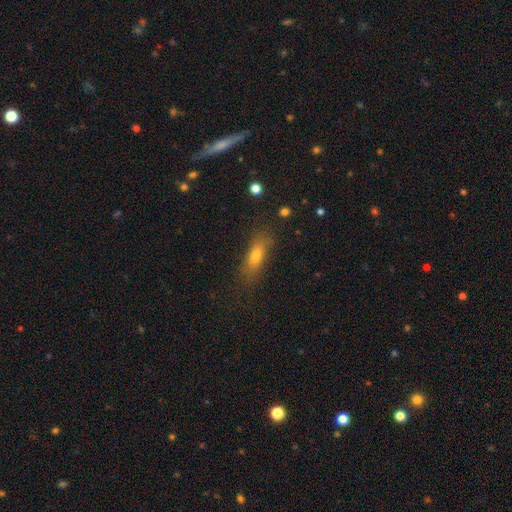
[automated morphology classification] A smooth galaxy with no disk features (69%) that is in between round and cigar-shaped (53%).

Vote fractions:
- Smooth or featured? smooth: 69% / featured or disk: 20% / star or artifact: 10%
- How rounded? in between: 53% / cigar-shaped: 43% / round: 4%
- Merging? none: 78% / minor disturbance: 15% / major disturbance: 5% / merger: 2%